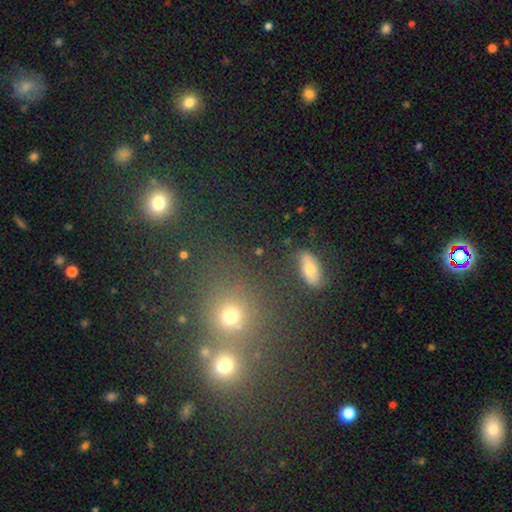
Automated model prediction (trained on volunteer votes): The model was most divided on "smooth or featured": smooth: 47%, star or artifact: 42%, featured or disk: 11%. More confident: merging — none (72%).